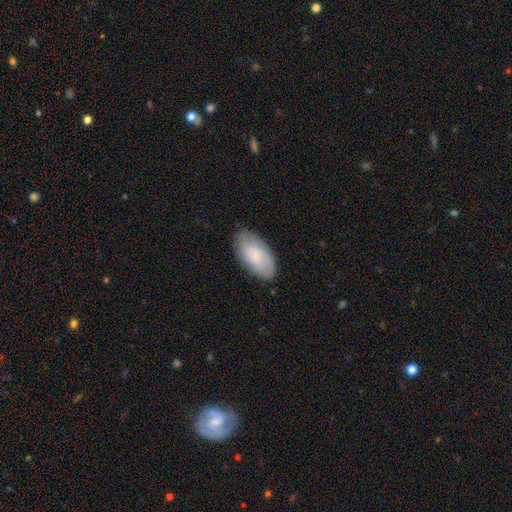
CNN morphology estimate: Q: Smooth or featured?
A: smooth (69%); runner-up: featured or disk (24%)
Q: How rounded?
A: in between (94%); runner-up: cigar-shaped (3%)
Q: Merging?
A: none (82%); runner-up: minor disturbance (14%)